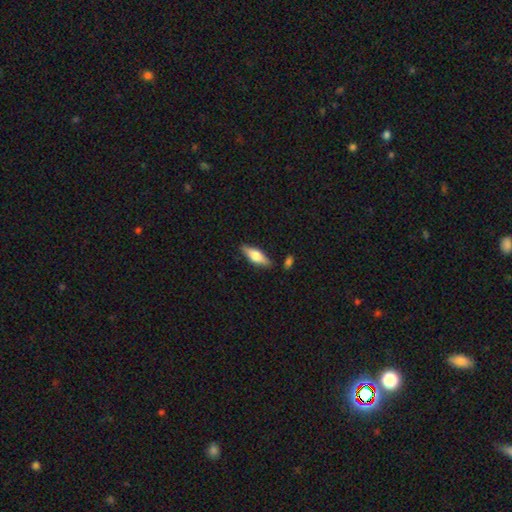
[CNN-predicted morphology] Q: Smooth or featured?
A: smooth (51%); runner-up: featured or disk (43%)
Q: How rounded?
A: in between (51%); runner-up: cigar-shaped (46%)
Q: Merging?
A: none (83%); runner-up: minor disturbance (11%)